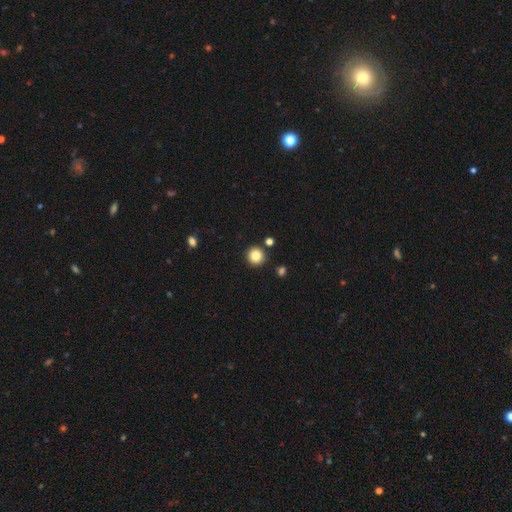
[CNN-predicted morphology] smooth 83%, star or artifact 11%, featured or disk 6%. Down the decision tree: how rounded — round (95%); merging — none (89%).